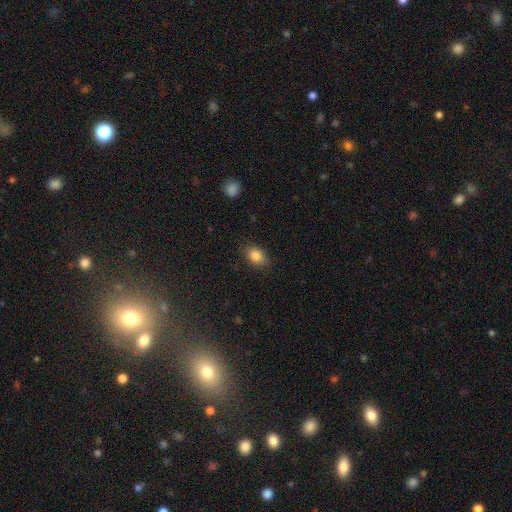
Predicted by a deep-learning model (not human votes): smooth_or_featured: smooth (p=0.85) [alt: star or artifact p=0.09]
how_rounded: in between (p=0.79) [alt: round p=0.20]
merging: none (p=0.84) [alt: minor disturbance p=0.12]